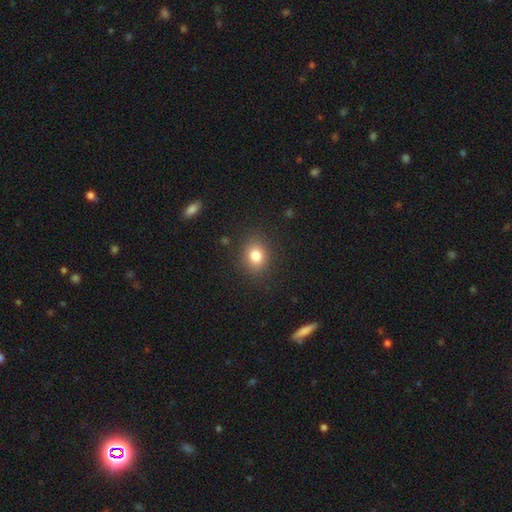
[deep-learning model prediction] Smooth or featured? Predicted: smooth (p=0.81). How rounded? Predicted: round (p=0.60). Merging? Predicted: none (p=0.87).